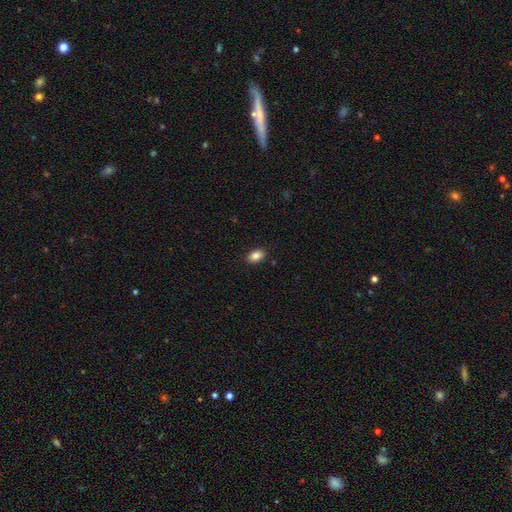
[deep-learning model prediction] Smooth or featured?
  - smooth: 87% *
  - star or artifact: 8%
  - featured or disk: 5%
How rounded?
  - in between: 85% *
  - round: 14%
  - cigar-shaped: 1%
Merging?
  - none: 88% *
  - minor disturbance: 9%
  - major disturbance: 2%
  - merger: 1%